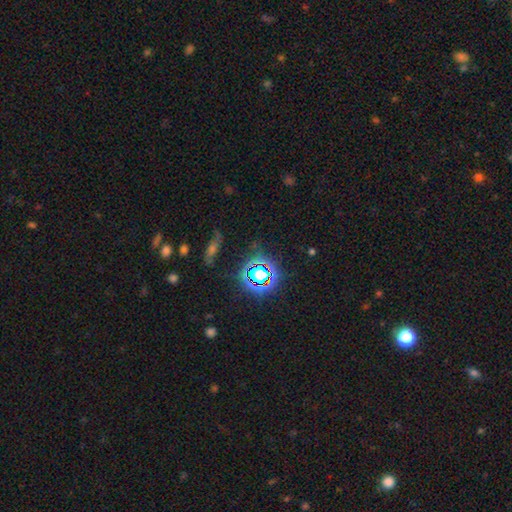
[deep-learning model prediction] smooth-or-featured: star or artifact: 71% | smooth: 18% | featured or disk: 11%